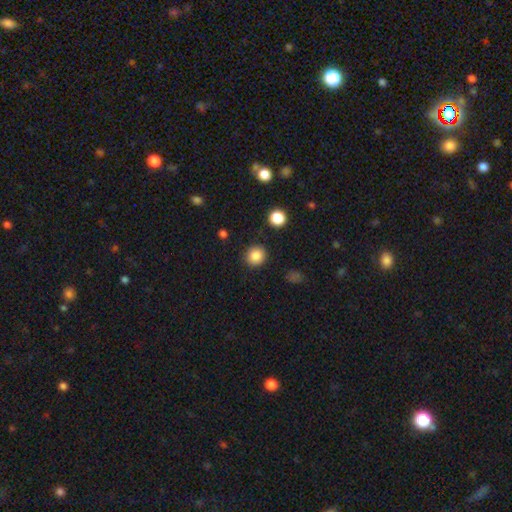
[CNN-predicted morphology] The model was most divided on "smooth or featured": smooth: 85%, star or artifact: 10%, featured or disk: 4%. More confident: how rounded — round (89%); merging — none (89%).